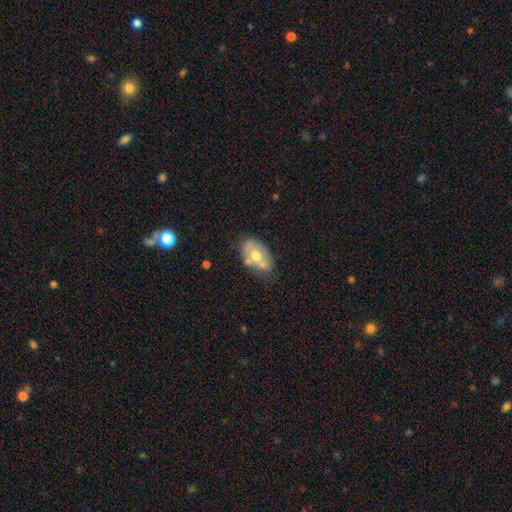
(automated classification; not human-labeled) smooth-or-featured: smooth: 52% | featured or disk: 41% | star or artifact: 7%
  how-rounded: in between: 87% | round: 11% | cigar-shaped: 2%
  merging: none: 49% | minor disturbance: 22% | merger: 22% | major disturbance: 7%